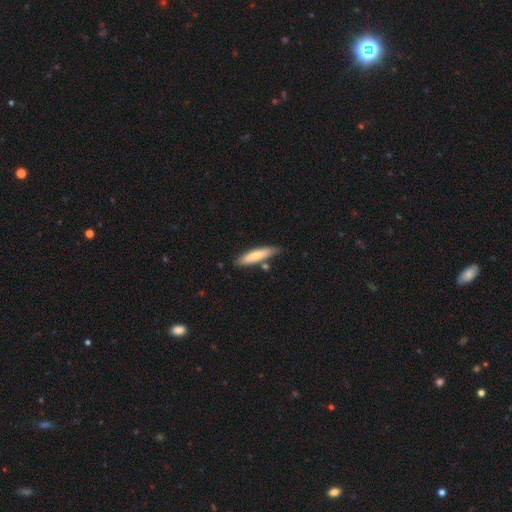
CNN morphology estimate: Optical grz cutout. It shows a smooth galaxy with no disk features (72%) that is cigar-shaped (76%). Merging: none (73%).